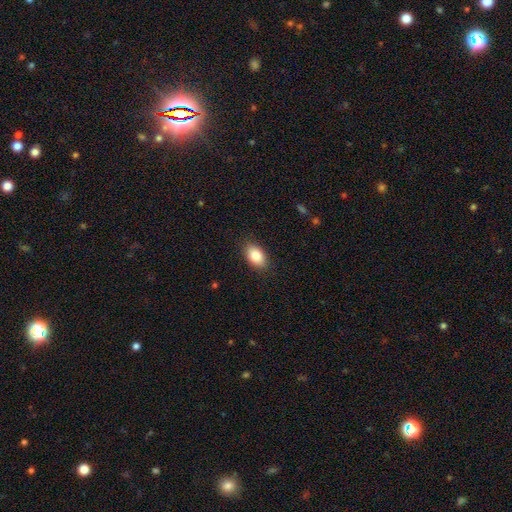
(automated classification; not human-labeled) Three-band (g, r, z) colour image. It shows a smooth galaxy with no disk features (86%) that is in between round and cigar-shaped (90%). Merging: none (87%).